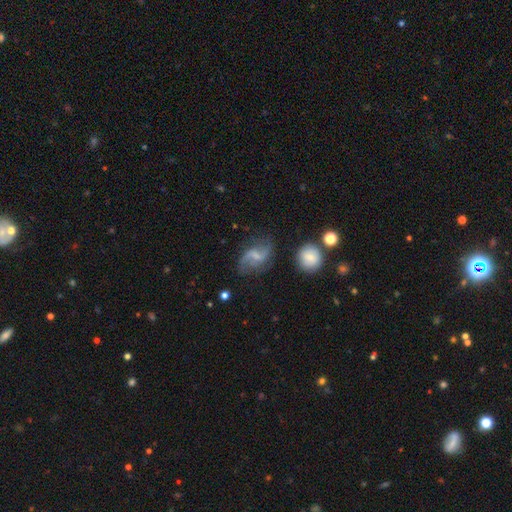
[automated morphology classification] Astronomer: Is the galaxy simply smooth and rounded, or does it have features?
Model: featured or disk — 80%.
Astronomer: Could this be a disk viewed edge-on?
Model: no — 98%.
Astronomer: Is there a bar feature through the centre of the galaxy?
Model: weak — 52%.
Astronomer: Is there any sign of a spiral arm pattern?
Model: yes — 93%.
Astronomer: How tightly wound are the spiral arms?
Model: loose — 82%.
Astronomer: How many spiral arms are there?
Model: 2 — 91%.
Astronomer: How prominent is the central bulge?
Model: none — 45% (runner-up: small, 37%).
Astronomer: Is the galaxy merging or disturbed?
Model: none — 68%.